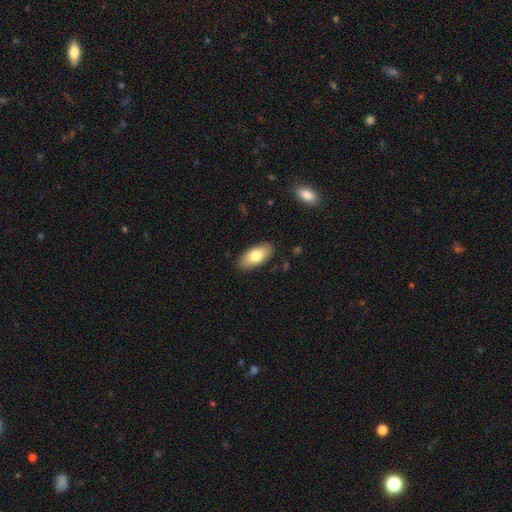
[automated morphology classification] smooth_or_featured: smooth (p=0.77) [alt: featured or disk p=0.17]
how_rounded: in between (p=0.91) [alt: cigar-shaped p=0.07]
merging: none (p=0.88) [alt: minor disturbance p=0.09]